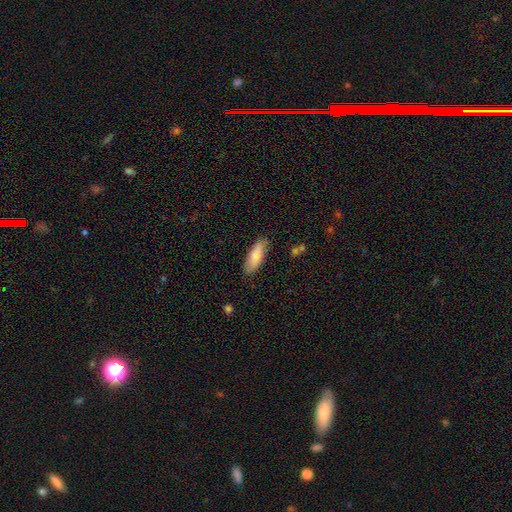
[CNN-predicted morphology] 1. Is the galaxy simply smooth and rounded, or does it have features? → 79% smooth, 15% featured or disk, 6% star or artifact.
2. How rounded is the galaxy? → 58% in between, 41% cigar-shaped, 2% round.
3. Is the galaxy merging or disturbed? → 81% none, 15% minor disturbance, 3% major disturbance, 2% merger.